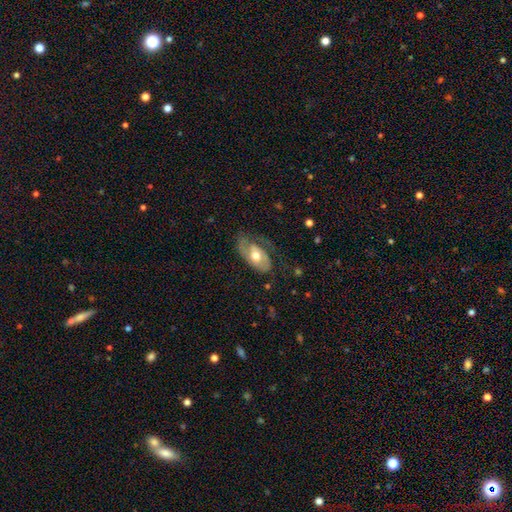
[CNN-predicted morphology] The model was most divided on "smooth or featured": featured or disk: 57%, smooth: 37%, star or artifact: 6%. Remaining: edge-on disk — no (91%); bulge size — moderate (73%); spiral arms — yes (71%); bar — no (69%); merging — none (48%).